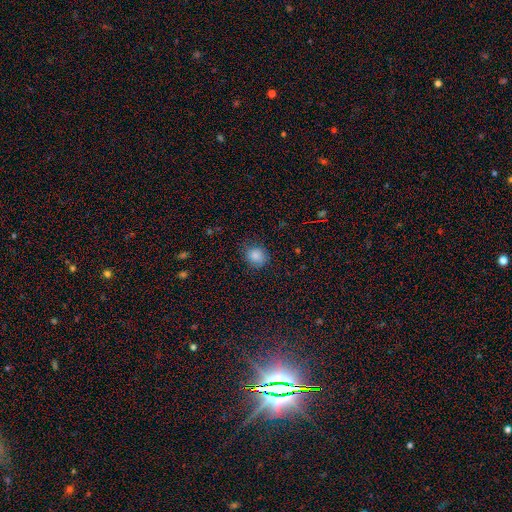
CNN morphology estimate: Smooth or featured: smooth — 84% (star or artifact — 10%)
How rounded: round — 79% (in between — 20%)
Merging: none — 78% (minor disturbance — 17%)